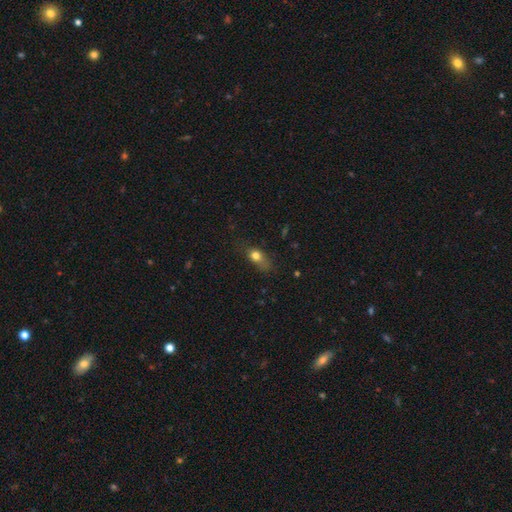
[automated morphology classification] smooth-or-featured: smooth: 75% | featured or disk: 12% | star or artifact: 12%
  how-rounded: in between: 61% | round: 30% | cigar-shaped: 9%
  merging: none: 45% | minor disturbance: 32% | major disturbance: 20% | merger: 3%